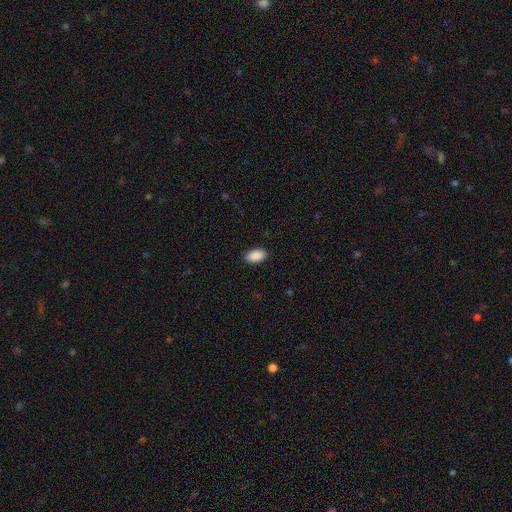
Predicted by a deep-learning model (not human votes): smooth 90%, star or artifact 7%, featured or disk 3%. Down the decision tree: how rounded — in between (95%); merging — none (90%).